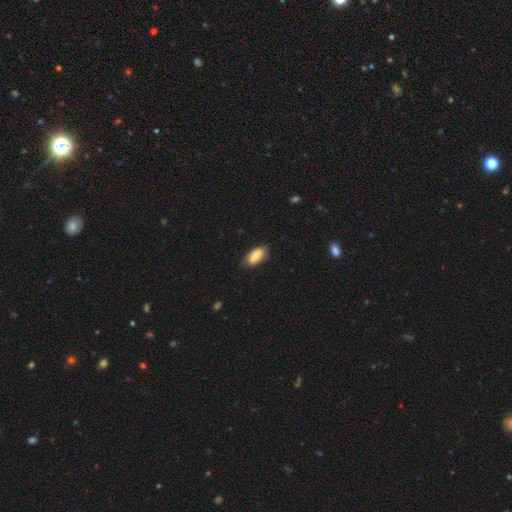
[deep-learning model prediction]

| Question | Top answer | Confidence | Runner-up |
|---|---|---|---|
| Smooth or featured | smooth | 82% | featured or disk (11%) |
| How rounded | in between | 89% | cigar-shaped (9%) |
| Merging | none | 77% | minor disturbance (19%) |